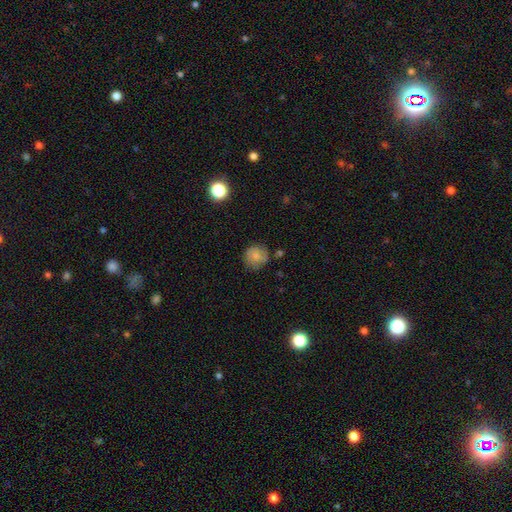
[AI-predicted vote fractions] Smooth or featured? smooth (74%)
How rounded? round (87%)
Merging? none (70%)